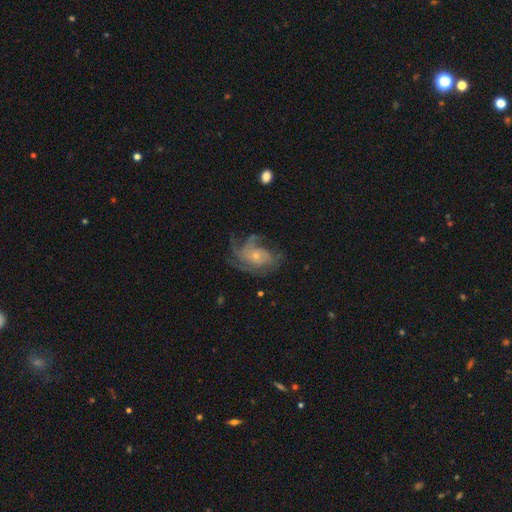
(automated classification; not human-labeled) smooth-or-featured: featured or disk: 84% | smooth: 9% | star or artifact: 7%
  disk-edge-on: no: 98% | yes: 2%
    bar: no: 76% | weak: 20% | strong: 4%
    has-spiral-arms: yes: 95% | no: 5%
      spiral-winding: medium: 42% | tight: 41% | loose: 17%
      spiral-arm-count: 4: 31% | 3: 26% | can't tell: 20% | 2: 9% | more than 4: 9% | 1: 6%
    bulge-size: small: 68% | moderate: 27% | none: 2% | large: 2% | dominant: 1%
  merging: none: 57% | major disturbance: 21% | minor disturbance: 20% | merger: 2%